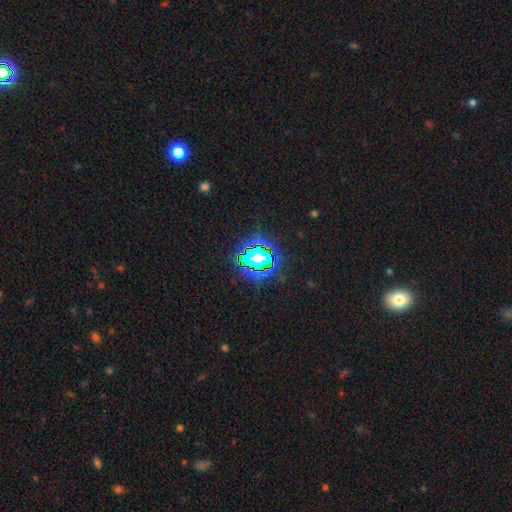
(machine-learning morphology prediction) Smooth or featured? Predicted: star or artifact (p=0.81).